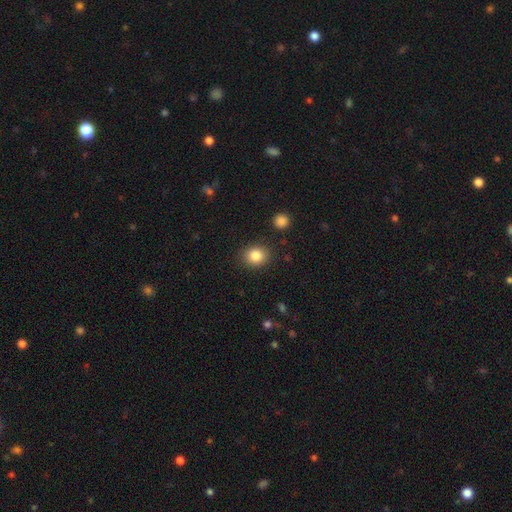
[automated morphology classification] A smooth galaxy with no disk features (85%) that is round (68%).

Vote fractions:
- Smooth or featured? smooth: 85% / star or artifact: 10% / featured or disk: 6%
- How rounded? round: 68% / in between: 31% / cigar-shaped: 1%
- Merging? none: 88% / minor disturbance: 8% / major disturbance: 3% / merger: 2%